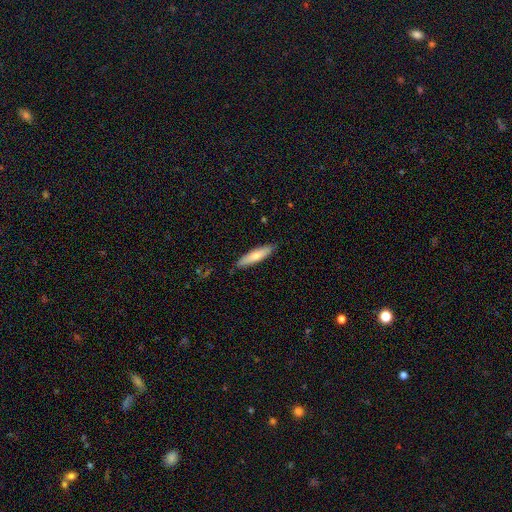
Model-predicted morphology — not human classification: Smooth or featured? Predicted: smooth (p=0.71). How rounded? Predicted: cigar-shaped (p=0.79). Merging? Predicted: none (p=0.88).